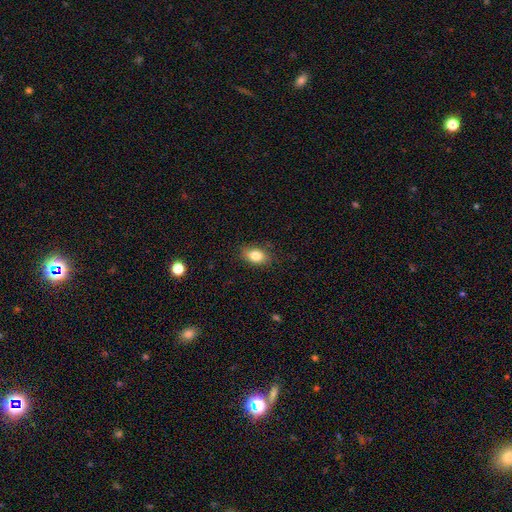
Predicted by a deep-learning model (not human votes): Overall: smooth (83%). How rounded: in between (84%). Merging: none (84%).